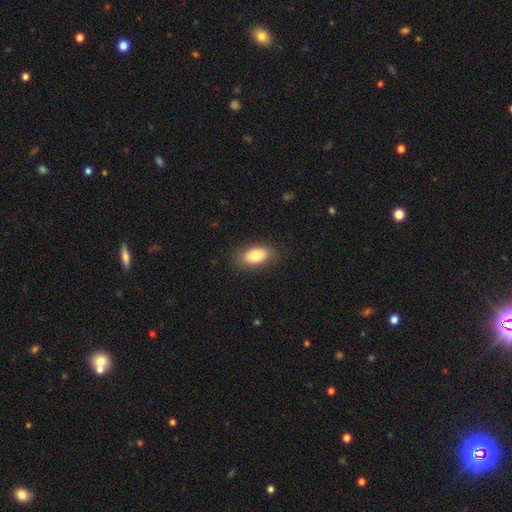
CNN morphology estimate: smooth 79%, featured or disk 14%, star or artifact 7%. Down the decision tree: how rounded — in between (91%); merging — none (85%).